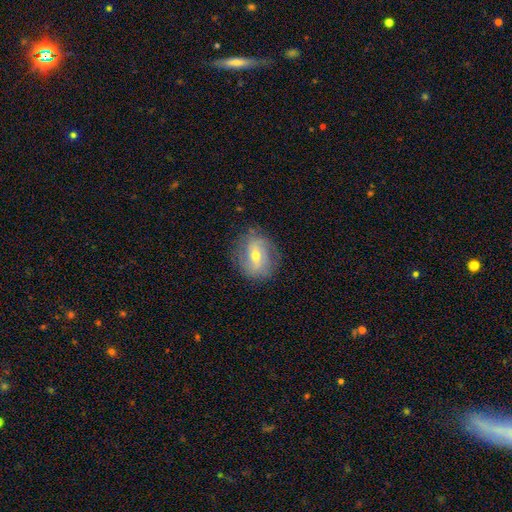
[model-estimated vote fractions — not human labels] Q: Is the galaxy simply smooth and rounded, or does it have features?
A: featured or disk — 56%.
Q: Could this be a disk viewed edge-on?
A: no — 93%.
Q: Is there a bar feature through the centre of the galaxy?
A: weak — 45%.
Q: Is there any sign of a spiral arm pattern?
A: yes — 62%.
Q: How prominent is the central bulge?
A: moderate — 54%.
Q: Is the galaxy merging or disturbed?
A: none — 79%.